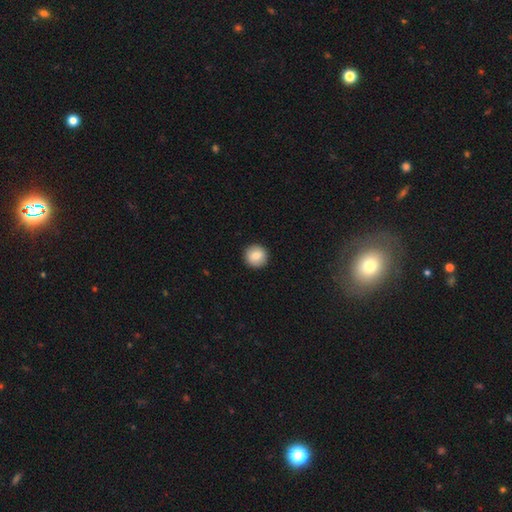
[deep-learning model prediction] Q: Smooth or featured?
A: smooth (82%); runner-up: featured or disk (10%)
Q: How rounded?
A: round (96%); runner-up: in between (3%)
Q: Merging?
A: none (93%); runner-up: minor disturbance (4%)